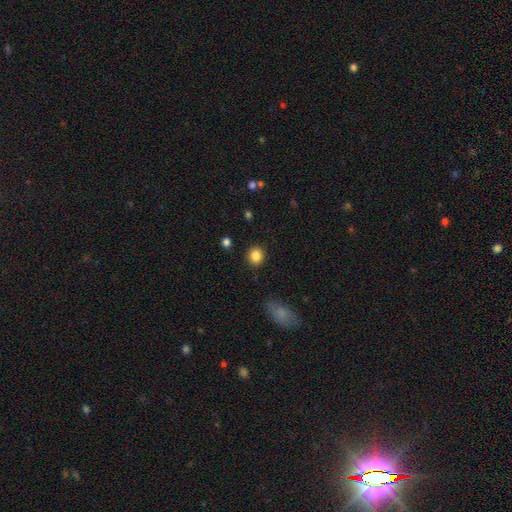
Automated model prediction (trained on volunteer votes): Smooth or featured: smooth — 85% (star or artifact — 10%)
How rounded: round — 82% (in between — 17%)
Merging: none — 90% (minor disturbance — 6%)